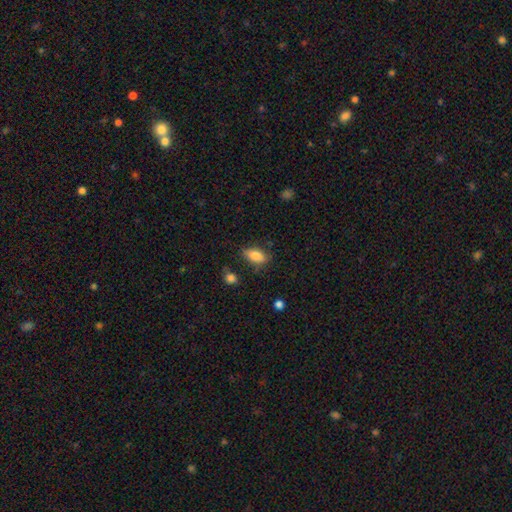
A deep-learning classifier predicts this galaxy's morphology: type=smooth (84%); roundness=in between (89%); merging=none (75%).